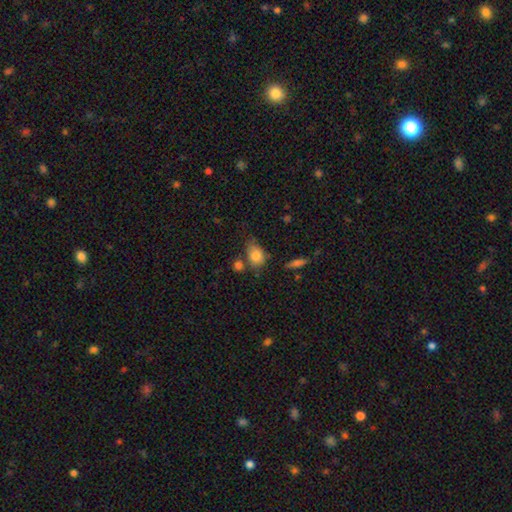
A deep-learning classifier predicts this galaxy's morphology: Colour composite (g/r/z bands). It shows a smooth galaxy with no disk features (81%) that is in between round and cigar-shaped (63%). Merging: none (49%).